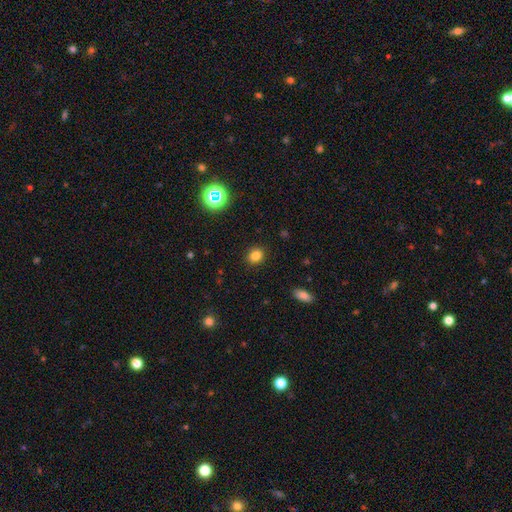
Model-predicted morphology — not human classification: A smooth galaxy with no disk features (81%) that is round (70%). Merging: none (89%).